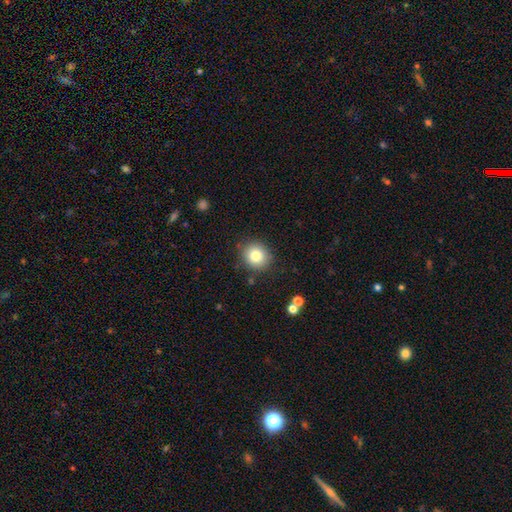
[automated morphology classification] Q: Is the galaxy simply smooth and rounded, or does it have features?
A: smooth — 81%.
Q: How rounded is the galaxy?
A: round — 84%.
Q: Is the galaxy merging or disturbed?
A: none — 86%.